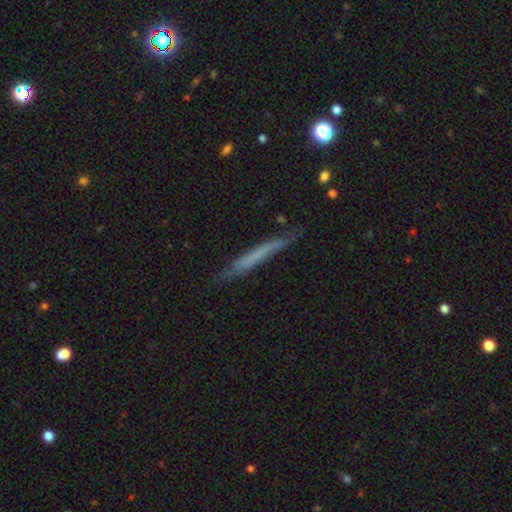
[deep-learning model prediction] Smooth or featured: smooth — 50% (featured or disk — 43%)
How rounded: cigar-shaped — 96% (in between — 3%)
Merging: none — 80% (minor disturbance — 15%)